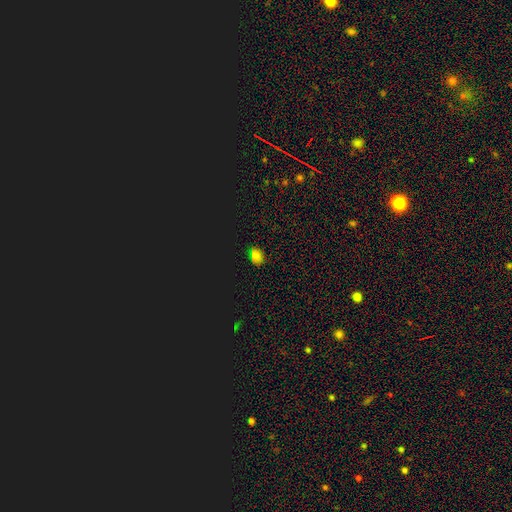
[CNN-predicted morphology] The model was most divided on "smooth or featured": smooth: 60%, star or artifact: 35%, featured or disk: 5%. More confident: merging — none (81%); how rounded — in between (65%).